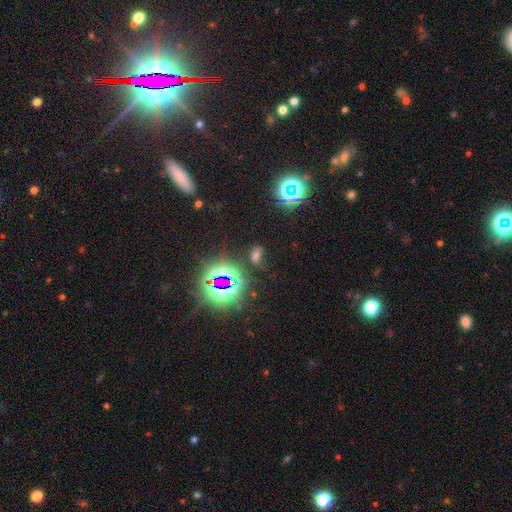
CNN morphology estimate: type=star or artifact (46%).